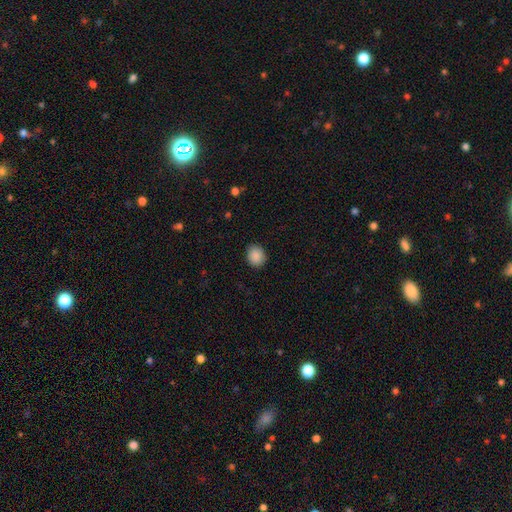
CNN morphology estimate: This is clearly a smooth galaxy (89%). How rounded: likely round (73%). Merging: clearly none (89%).